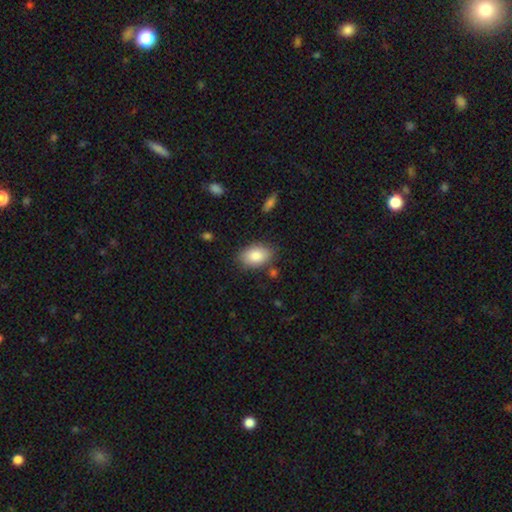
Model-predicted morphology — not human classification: Q: Smooth or featured?
A: smooth (85%); runner-up: featured or disk (8%)
Q: How rounded?
A: in between (88%); runner-up: round (11%)
Q: Merging?
A: none (80%); runner-up: minor disturbance (14%)